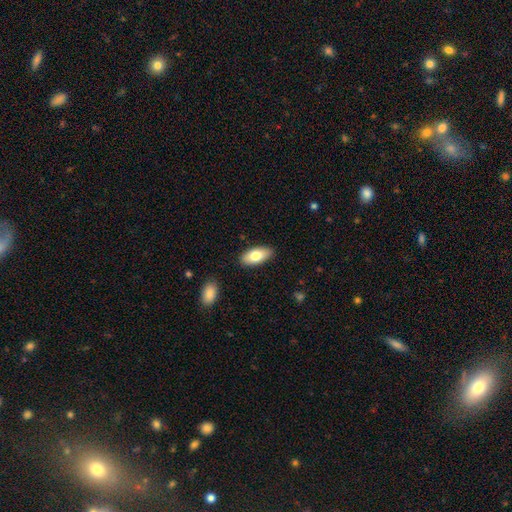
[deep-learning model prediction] smooth_or_featured: smooth (p=0.78) [alt: featured or disk p=0.16]
how_rounded: in between (p=0.89) [alt: cigar-shaped p=0.08]
merging: none (p=0.87) [alt: minor disturbance p=0.09]